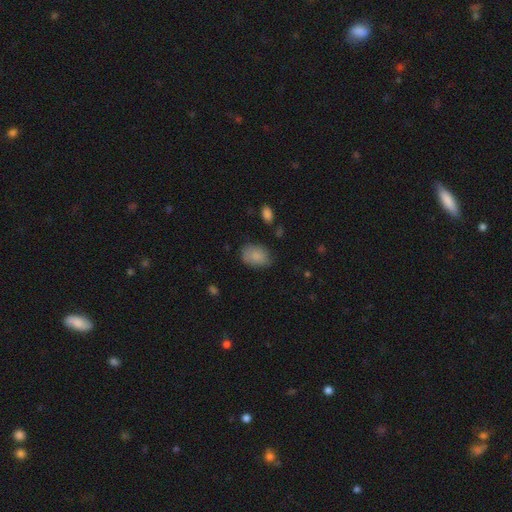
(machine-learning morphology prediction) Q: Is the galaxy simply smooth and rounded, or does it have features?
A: smooth — 84%.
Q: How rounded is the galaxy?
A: in between — 77%.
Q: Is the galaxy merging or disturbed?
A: none — 71%.